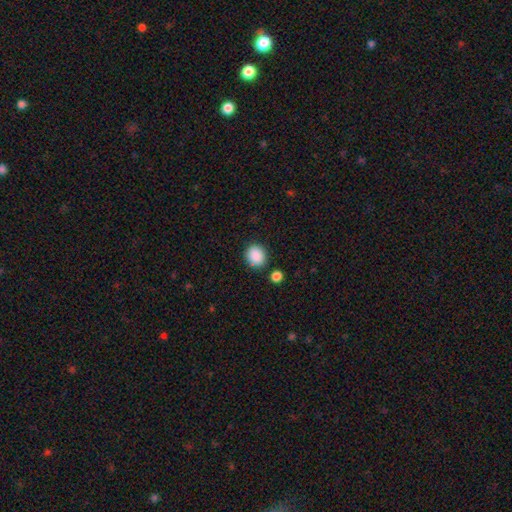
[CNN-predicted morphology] A smooth galaxy with no disk features (89%) that is round (74%).

Vote fractions:
- Smooth or featured? smooth: 89% / star or artifact: 8% / featured or disk: 3%
- How rounded? round: 74% / in between: 25% / cigar-shaped: 1%
- Merging? none: 84% / minor disturbance: 9% / merger: 4% / major disturbance: 3%